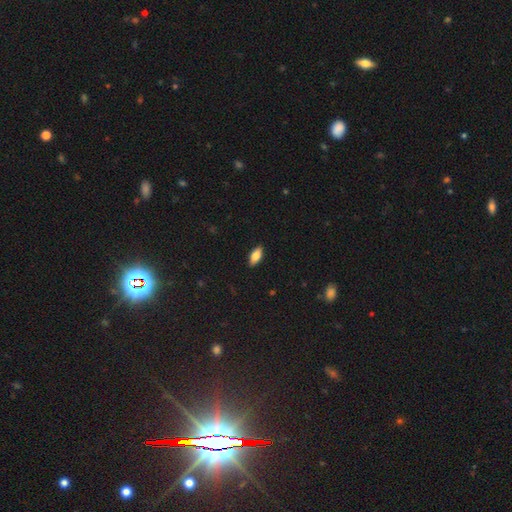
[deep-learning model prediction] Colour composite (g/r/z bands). It shows a smooth galaxy with no disk features (78%) that is in between round and cigar-shaped (86%). Merging: none (89%).